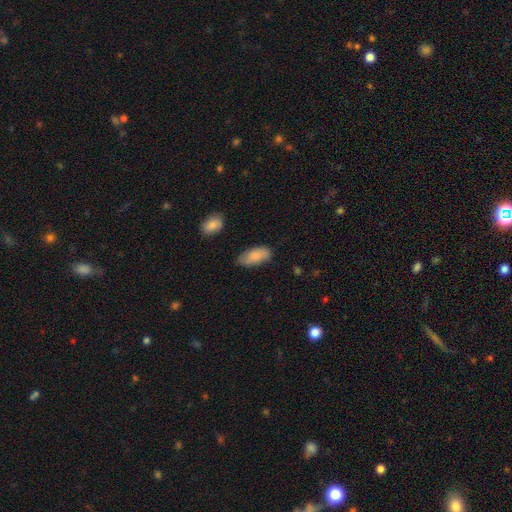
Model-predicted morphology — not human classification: smooth-or-featured: smooth: 86% | featured or disk: 8% | star or artifact: 6%
  how-rounded: in between: 91% | cigar-shaped: 7% | round: 2%
  merging: none: 75% | minor disturbance: 19% | major disturbance: 4% | merger: 2%